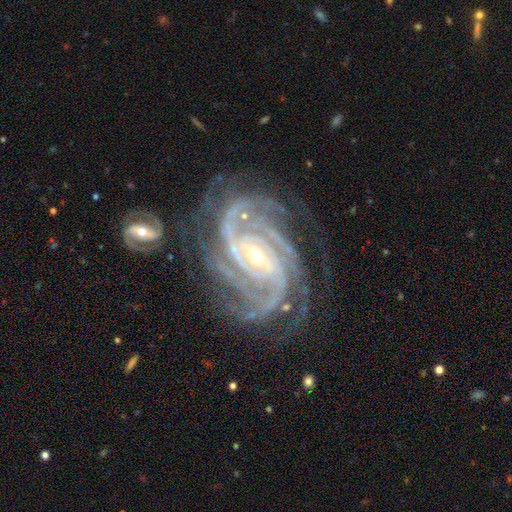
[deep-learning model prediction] Smooth or featured? featured or disk (94%)
Edge-on disk? no (98%)
Bar? weak (38%)
Spiral arms? yes (99%)
Spiral winding? tight (68%)
Spiral arm count? 4 (42%)
Bulge size? small (62%)
Merging? none (67%)